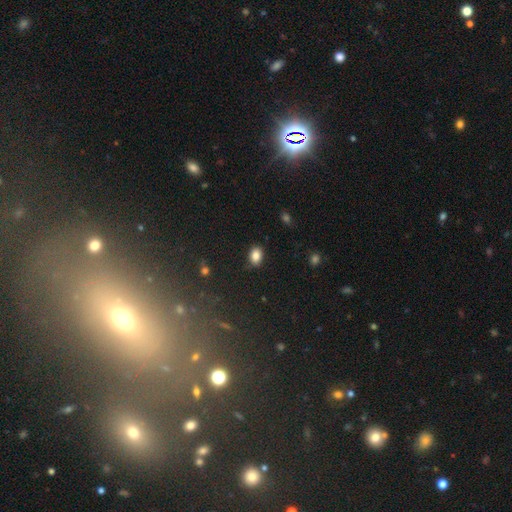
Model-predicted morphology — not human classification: The model was most divided on "how rounded": in between: 71%, round: 28%, cigar-shaped: 1%. More confident: smooth or featured — smooth (85%); merging — none (83%).